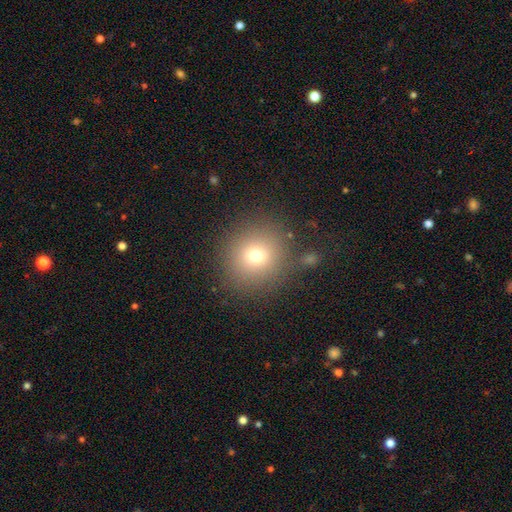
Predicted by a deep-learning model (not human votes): Overall: smooth (72%). How rounded: round (90%). Merging: none (83%).